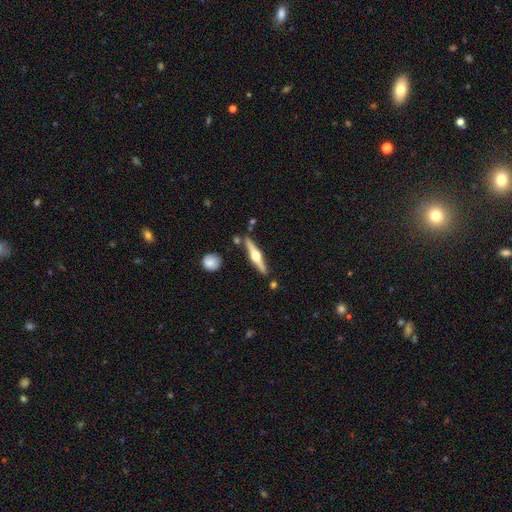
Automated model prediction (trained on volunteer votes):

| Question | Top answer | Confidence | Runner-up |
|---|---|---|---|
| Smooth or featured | featured or disk | 75% | smooth (20%) |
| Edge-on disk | yes | 98% | no (2%) |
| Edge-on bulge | rounded | 96% | boxy (2%) |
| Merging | none | 86% | minor disturbance (8%) |